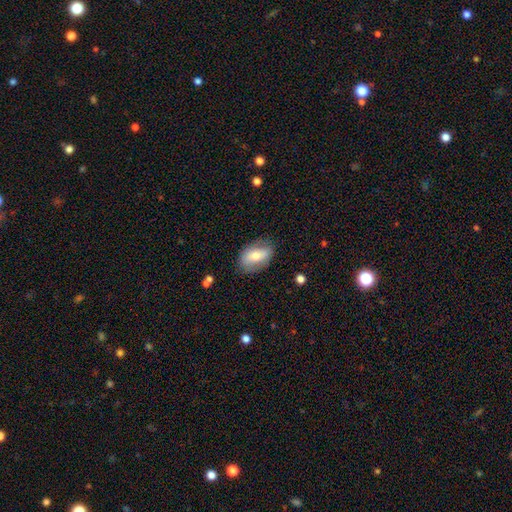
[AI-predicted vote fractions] smooth_or_featured: smooth (p=0.60) [alt: featured or disk p=0.33]
how_rounded: in between (p=0.87) [alt: round p=0.10]
merging: none (p=0.78) [alt: minor disturbance p=0.16]